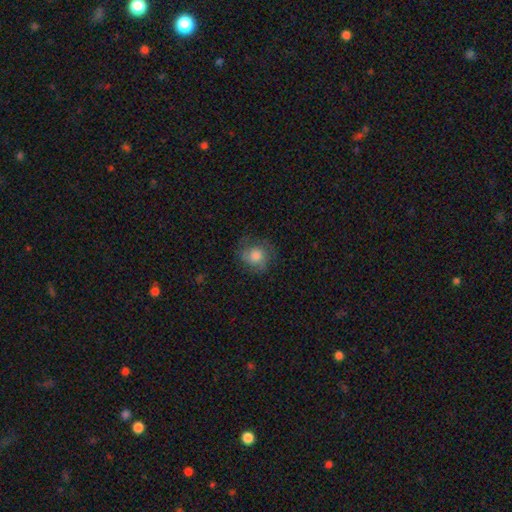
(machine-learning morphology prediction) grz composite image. It shows a smooth galaxy with no disk features (63%) that is round (81%). Merging: none (68%).